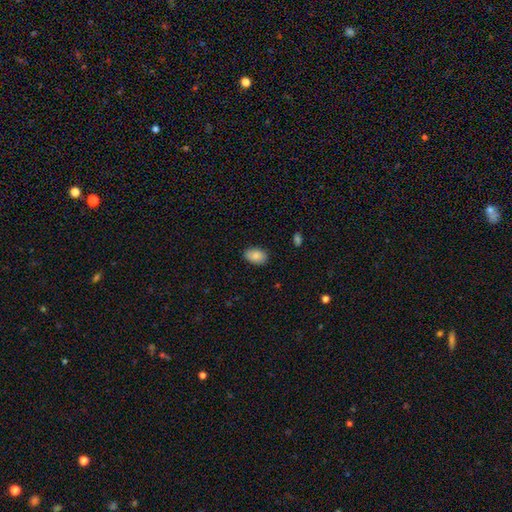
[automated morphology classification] smooth 87%, star or artifact 7%, featured or disk 6%. Down the decision tree: how rounded — in between (88%); merging — none (84%).